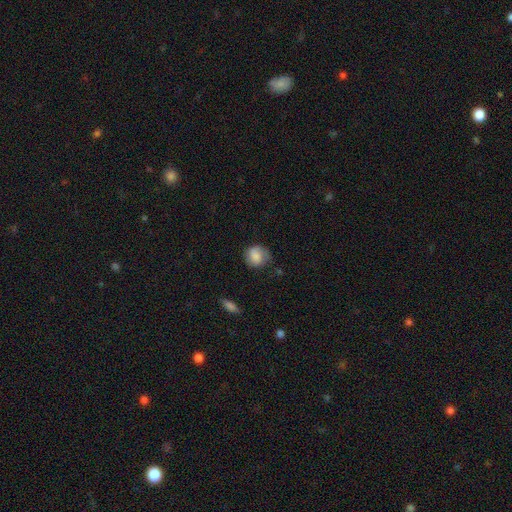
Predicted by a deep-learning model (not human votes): Q: Smooth or featured?
A: smooth (74%); runner-up: featured or disk (17%)
Q: How rounded?
A: round (76%); runner-up: in between (23%)
Q: Merging?
A: none (63%); runner-up: minor disturbance (26%)